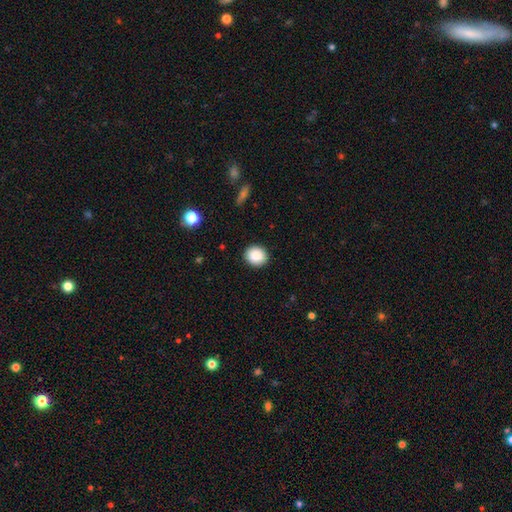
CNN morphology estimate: A smooth galaxy with no disk features (88%) that is round (80%).

Vote fractions:
- Smooth or featured? smooth: 88% / star or artifact: 8% / featured or disk: 3%
- How rounded? round: 80% / in between: 19% / cigar-shaped: 1%
- Merging? none: 91% / minor disturbance: 6% / major disturbance: 2% / merger: 1%